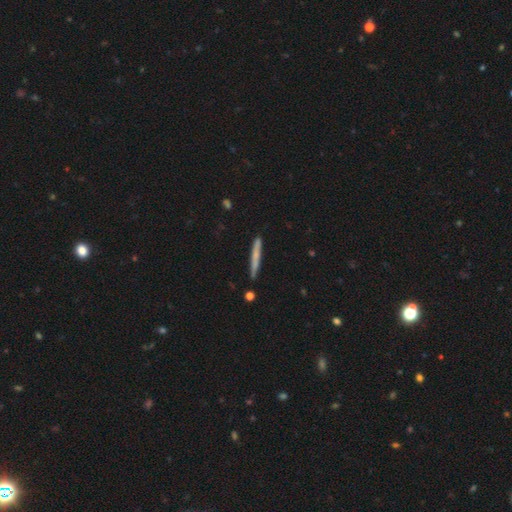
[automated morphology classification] Q: Smooth or featured?
A: smooth (59%); runner-up: featured or disk (35%)
Q: How rounded?
A: cigar-shaped (96%); runner-up: in between (2%)
Q: Merging?
A: none (87%); runner-up: minor disturbance (9%)